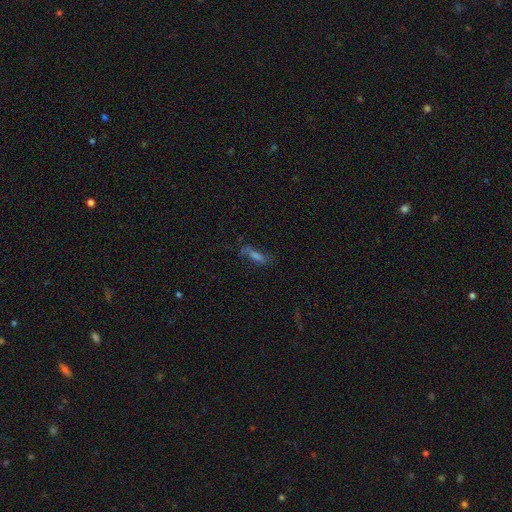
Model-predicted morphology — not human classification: The model was most divided on "smooth or featured": smooth: 41%, featured or disk: 35%, star or artifact: 24%. More confident: merging — none (57%).